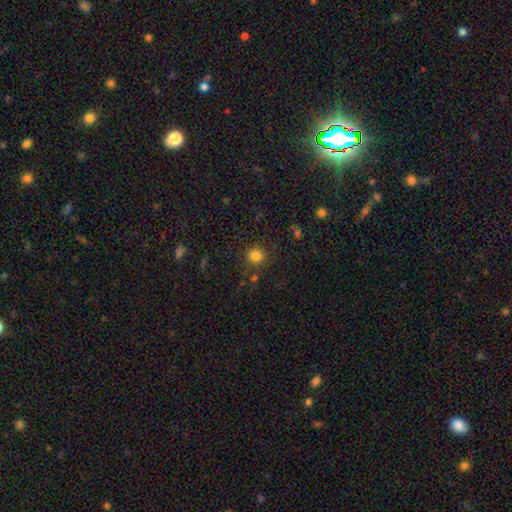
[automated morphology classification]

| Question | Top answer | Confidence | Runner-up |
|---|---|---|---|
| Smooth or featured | smooth | 81% | star or artifact (14%) |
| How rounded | round | 92% | in between (7%) |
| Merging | none | 85% | minor disturbance (8%) |